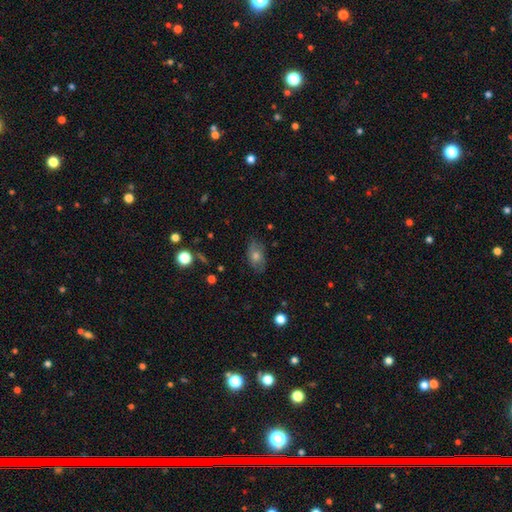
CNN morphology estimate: smooth-or-featured: smooth: 55% | featured or disk: 31% | star or artifact: 14%
  how-rounded: in between: 82% | round: 16% | cigar-shaped: 3%
  merging: none: 76% | minor disturbance: 18% | major disturbance: 5% | merger: 1%